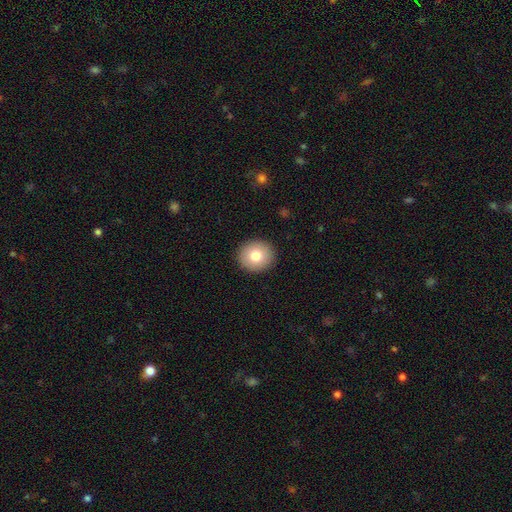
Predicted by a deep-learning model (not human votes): Smooth or featured? Predicted: smooth (p=0.79). How rounded? Predicted: round (p=0.87). Merging? Predicted: none (p=0.92).